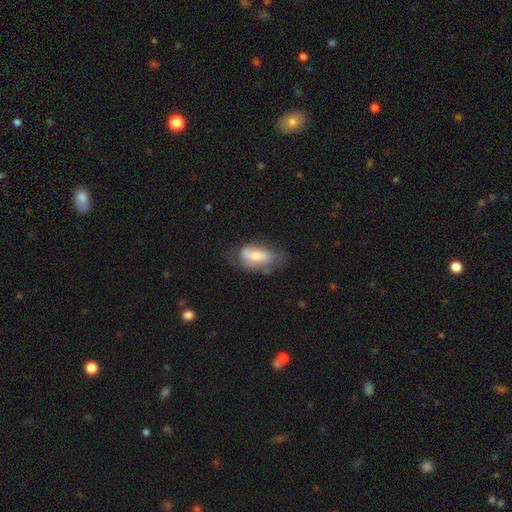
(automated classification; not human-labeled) A smooth galaxy with no disk features (47%).

Vote fractions:
- Smooth or featured? smooth: 47% / featured or disk: 45% / star or artifact: 7%
- Merging? none: 47% / minor disturbance: 32% / major disturbance: 19% / merger: 3%